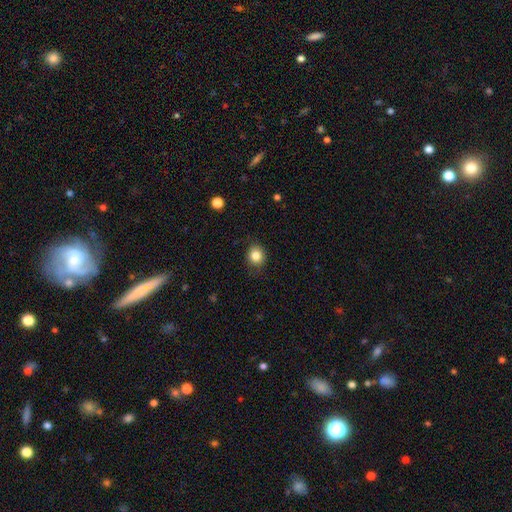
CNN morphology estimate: smooth 84%, star or artifact 10%, featured or disk 6%. Down the decision tree: how rounded — round (71%); merging — none (82%).